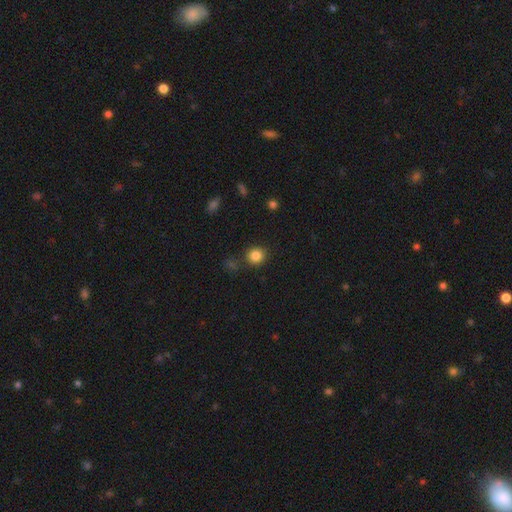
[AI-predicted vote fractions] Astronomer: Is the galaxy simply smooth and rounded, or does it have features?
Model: smooth — 84%.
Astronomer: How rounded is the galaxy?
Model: round — 88%.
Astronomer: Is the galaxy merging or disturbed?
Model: none — 83%.